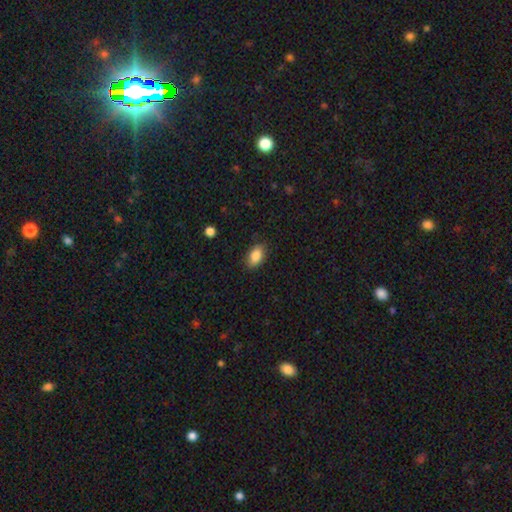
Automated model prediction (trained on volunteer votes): smooth_or_featured: smooth (p=0.86) [alt: star or artifact p=0.08]
how_rounded: in between (p=0.91) [alt: round p=0.06]
merging: none (p=0.85) [alt: minor disturbance p=0.11]